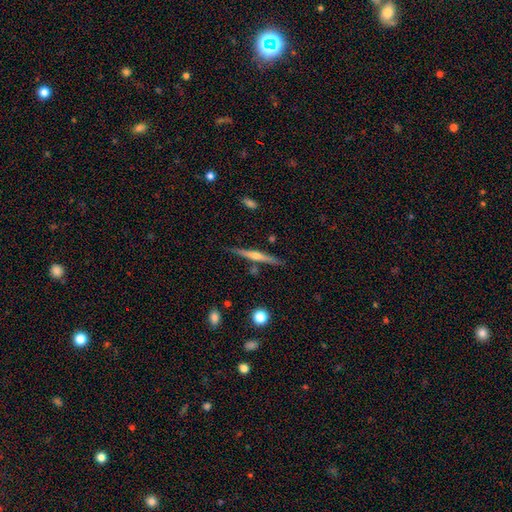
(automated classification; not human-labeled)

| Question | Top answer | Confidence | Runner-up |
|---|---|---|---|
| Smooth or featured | featured or disk | 70% | smooth (23%) |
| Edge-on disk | yes | 98% | no (2%) |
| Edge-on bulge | rounded | 81% | none (13%) |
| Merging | none | 86% | minor disturbance (9%) |